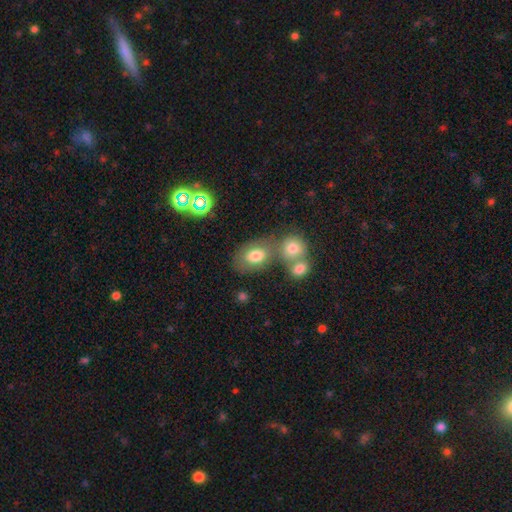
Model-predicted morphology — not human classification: type=smooth (73%); roundness=in between (75%); merging=none (47%).